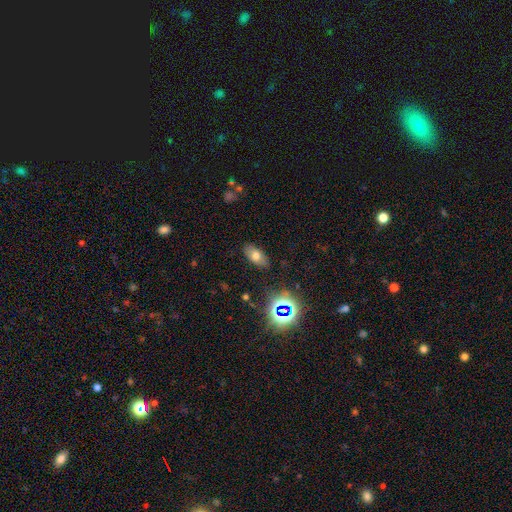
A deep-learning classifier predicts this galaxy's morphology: smooth-or-featured: smooth: 66% | star or artifact: 17% | featured or disk: 17%
  how-rounded: in between: 90% | round: 6% | cigar-shaped: 4%
  merging: none: 83% | minor disturbance: 12% | major disturbance: 3% | merger: 2%